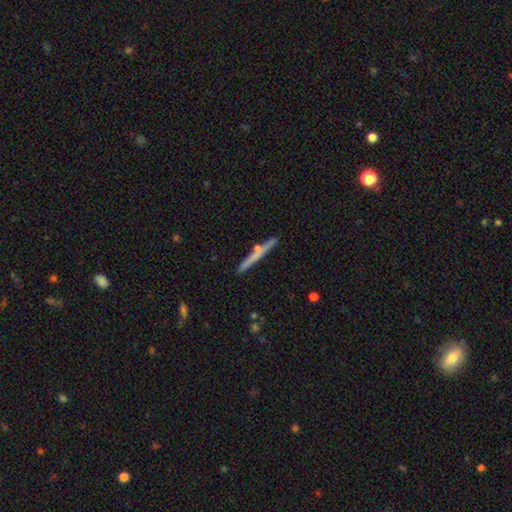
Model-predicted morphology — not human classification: Smooth or featured? featured or disk (49%)
Merging? none (84%)